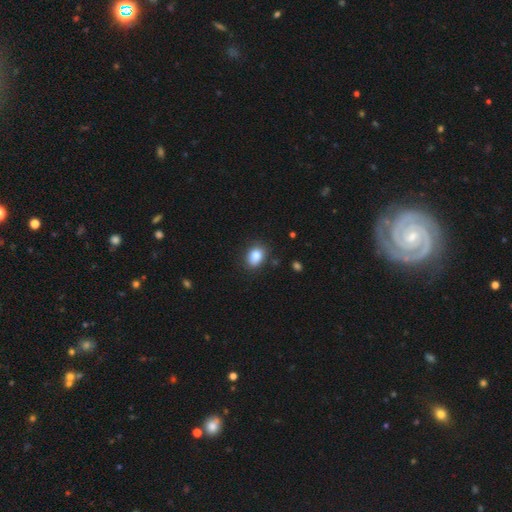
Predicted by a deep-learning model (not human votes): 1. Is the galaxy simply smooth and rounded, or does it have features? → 85% smooth, 9% star or artifact, 6% featured or disk.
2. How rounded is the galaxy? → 64% in between, 35% round, 1% cigar-shaped.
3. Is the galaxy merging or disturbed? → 82% none, 13% minor disturbance, 3% major disturbance, 2% merger.